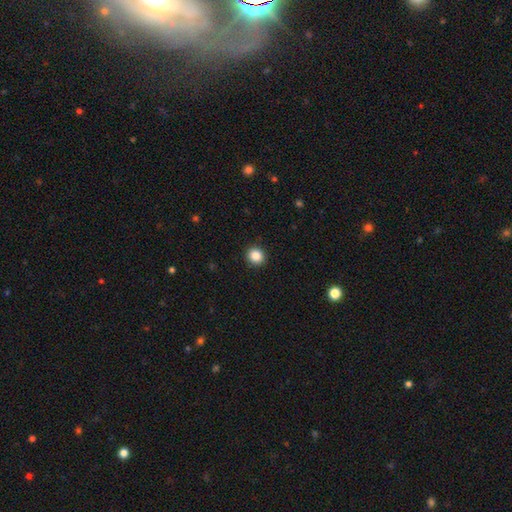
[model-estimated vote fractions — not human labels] smooth-or-featured: smooth: 86% | star or artifact: 10% | featured or disk: 4%
  how-rounded: round: 89% | in between: 10% | cigar-shaped: 1%
  merging: none: 92% | minor disturbance: 5% | major disturbance: 2% | merger: 1%